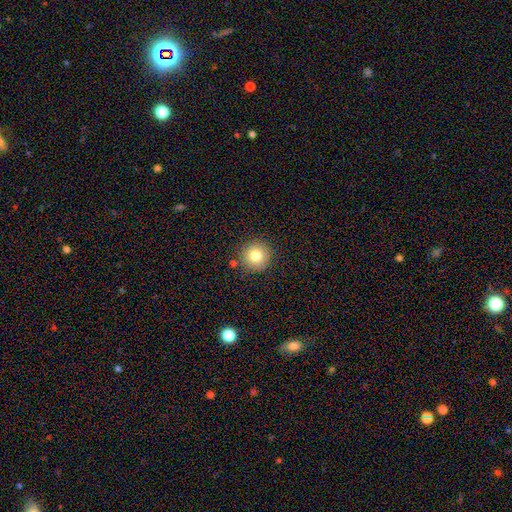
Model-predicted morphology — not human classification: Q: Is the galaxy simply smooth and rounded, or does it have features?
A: smooth — 80%.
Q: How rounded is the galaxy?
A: round — 95%.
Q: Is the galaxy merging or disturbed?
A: none — 86%.